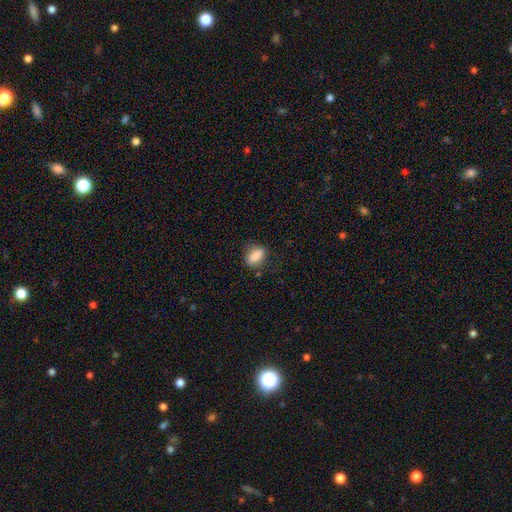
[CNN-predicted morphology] type=smooth (84%); roundness=in between (81%); merging=none (74%).